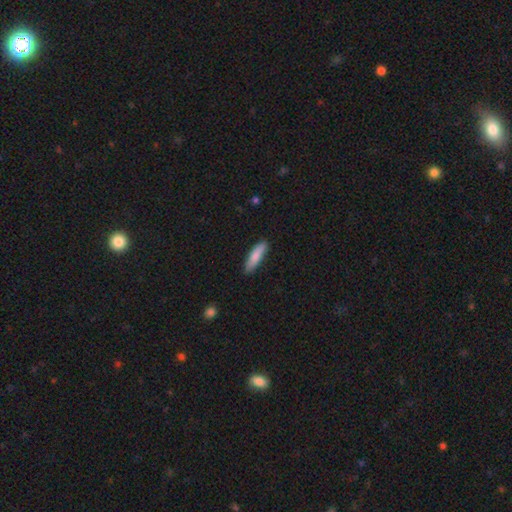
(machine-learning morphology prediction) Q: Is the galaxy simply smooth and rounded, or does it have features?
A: smooth — 82%.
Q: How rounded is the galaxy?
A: cigar-shaped — 70%.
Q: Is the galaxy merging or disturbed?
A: none — 83%.